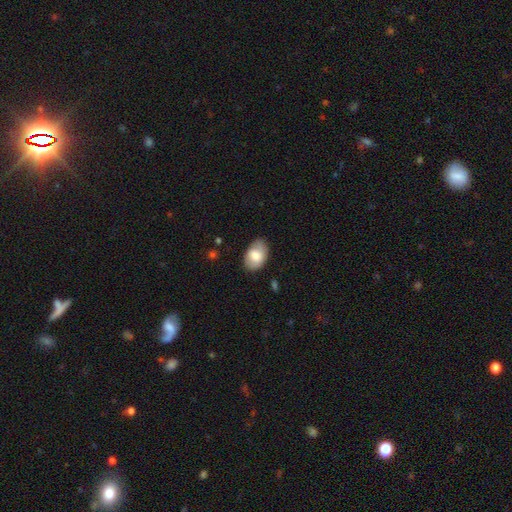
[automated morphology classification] This appears to be a smooth galaxy with no disk features (75%) that is in between round and cigar-shaped (88%). Merging: none (68%).